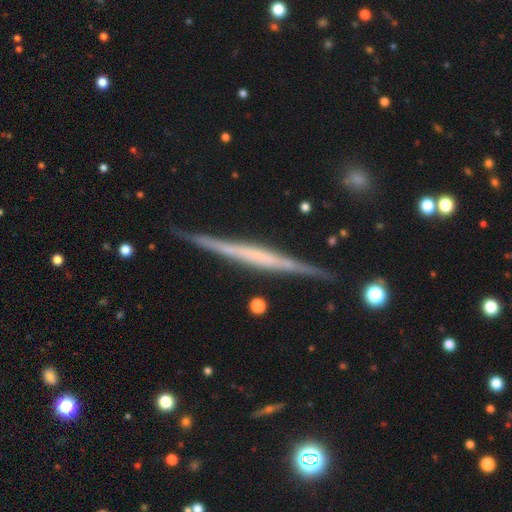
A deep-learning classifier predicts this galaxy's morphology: Smooth or featured? Predicted: featured or disk (p=0.74). Edge-on disk? Predicted: yes (p=0.98). Edge-on bulge? Predicted: none (p=0.67). Merging? Predicted: none (p=0.88).